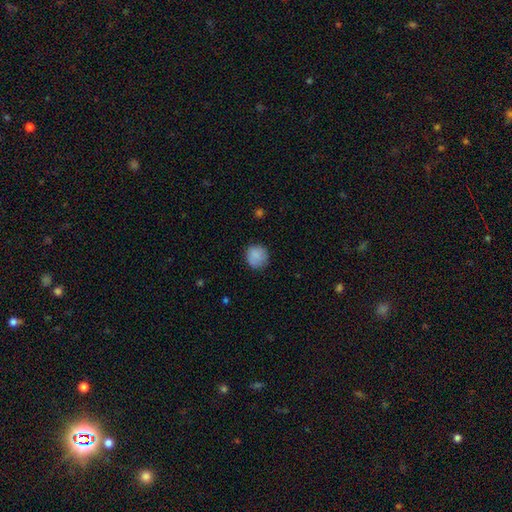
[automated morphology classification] Smooth or featured: smooth — 86% (star or artifact — 8%)
How rounded: round — 90% (in between — 9%)
Merging: none — 82% (minor disturbance — 14%)